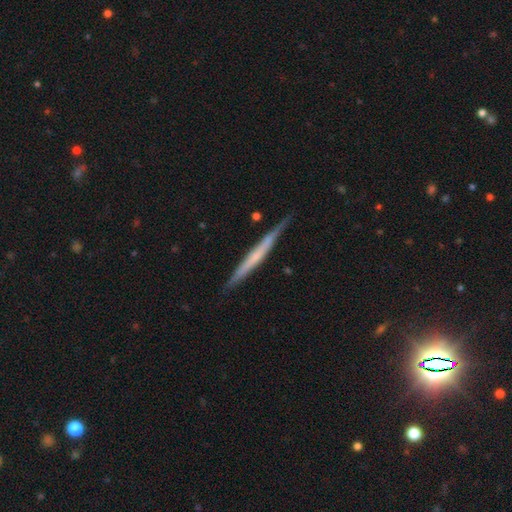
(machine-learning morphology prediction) featured or disk 58%, smooth 36%, star or artifact 6%. Down the decision tree: edge-on disk — yes (97%); edge-on bulge — none (73%); merging — none (85%).